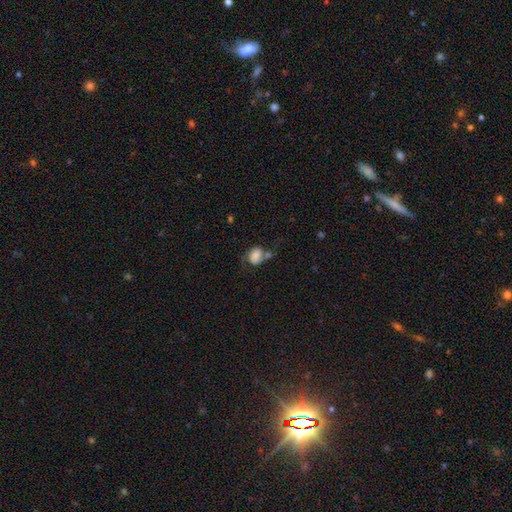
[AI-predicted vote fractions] Morphology: type=smooth (63%); roundness=in between (63%); merging=none (34%).